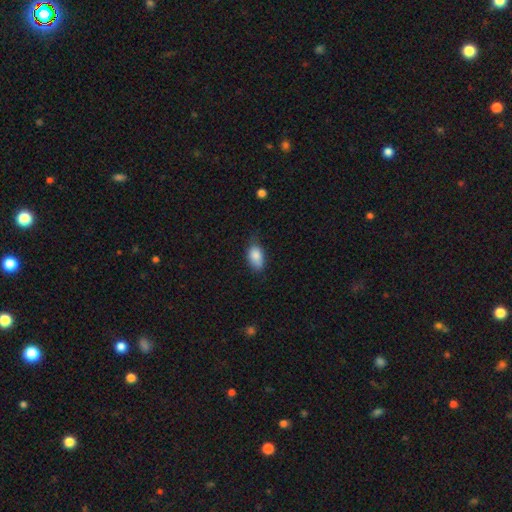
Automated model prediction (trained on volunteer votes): A smooth galaxy with no disk features (86%) that is in between round and cigar-shaped (91%).

Vote fractions:
- Smooth or featured? smooth: 86% / star or artifact: 7% / featured or disk: 7%
- How rounded? in between: 91% / round: 6% / cigar-shaped: 3%
- Merging? none: 63% / minor disturbance: 30% / major disturbance: 6% / merger: 2%